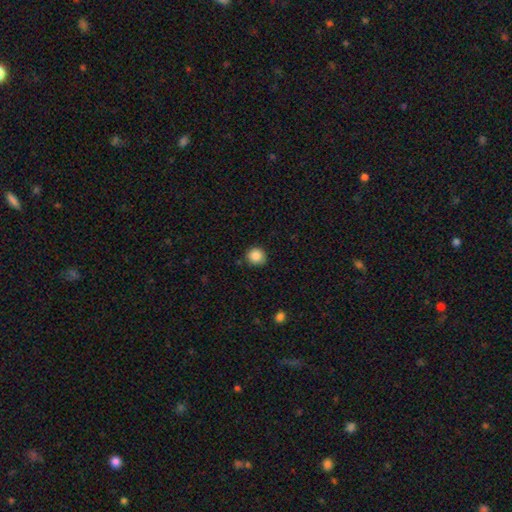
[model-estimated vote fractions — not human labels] Morphology: type=smooth (87%); roundness=round (90%); merging=none (86%).